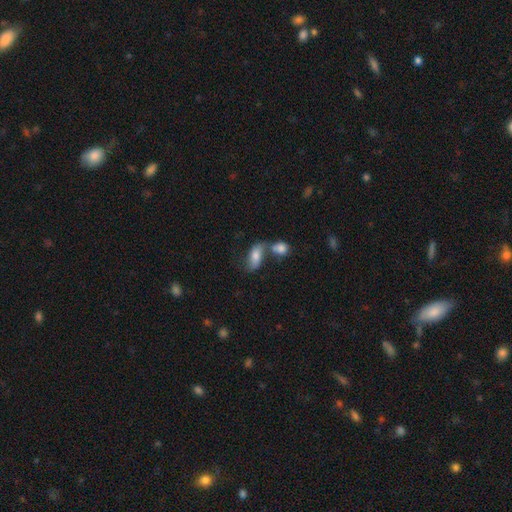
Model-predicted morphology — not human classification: Smooth or featured?
  - smooth: 72% *
  - featured or disk: 21%
  - star or artifact: 8%
How rounded?
  - in between: 88% *
  - cigar-shaped: 8%
  - round: 5%
Merging?
  - merger: 47% *
  - none: 33%
  - minor disturbance: 13%
  - major disturbance: 8%